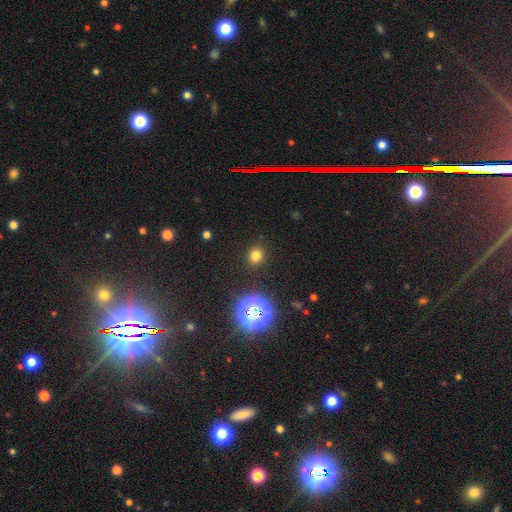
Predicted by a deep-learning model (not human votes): A smooth galaxy with no disk features (73%) that is round (82%).

Vote fractions:
- Smooth or featured? smooth: 73% / star or artifact: 21% / featured or disk: 6%
- How rounded? round: 82% / in between: 17% / cigar-shaped: 1%
- Merging? none: 90% / minor disturbance: 6% / major disturbance: 2% / merger: 2%